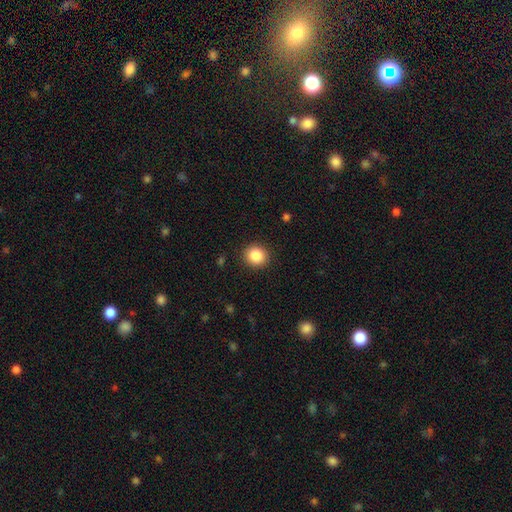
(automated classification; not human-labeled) Overall: smooth (86%). How rounded: round (88%). Merging: none (91%).